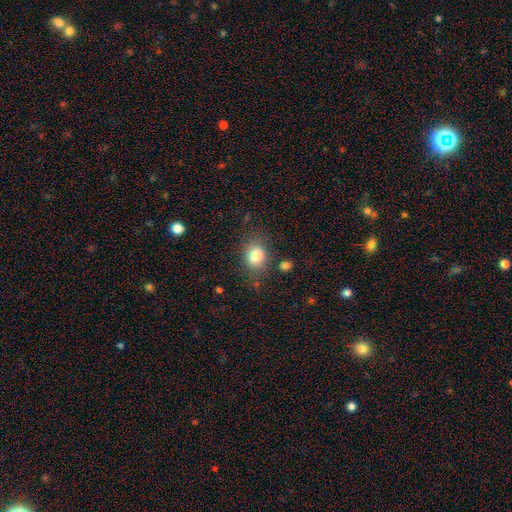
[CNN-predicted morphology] smooth_or_featured: smooth (p=0.81) [alt: star or artifact p=0.10]
how_rounded: round (p=0.50) [alt: in between p=0.49]
merging: none (p=0.75) [alt: minor disturbance p=0.16]